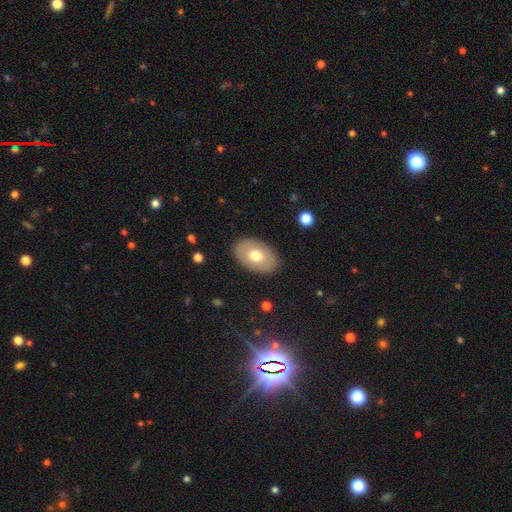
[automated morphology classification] Smooth or featured?
  - smooth: 66% *
  - featured or disk: 27%
  - star or artifact: 7%
How rounded?
  - in between: 86% *
  - round: 13%
  - cigar-shaped: 1%
Merging?
  - none: 87% *
  - minor disturbance: 9%
  - major disturbance: 3%
  - merger: 1%